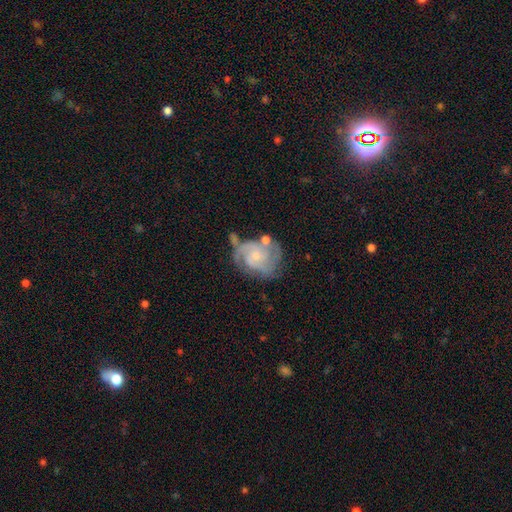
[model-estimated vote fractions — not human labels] Smooth or featured? Predicted: featured or disk (p=0.83). Edge-on disk? Predicted: no (p=0.98). Bar? Predicted: no (p=0.67). Spiral arms? Predicted: yes (p=0.95). Spiral winding? Predicted: tight (p=0.53). Spiral arm count? Predicted: 2 (p=0.41). Bulge size? Predicted: small (p=0.60). Merging? Predicted: none (p=0.50).